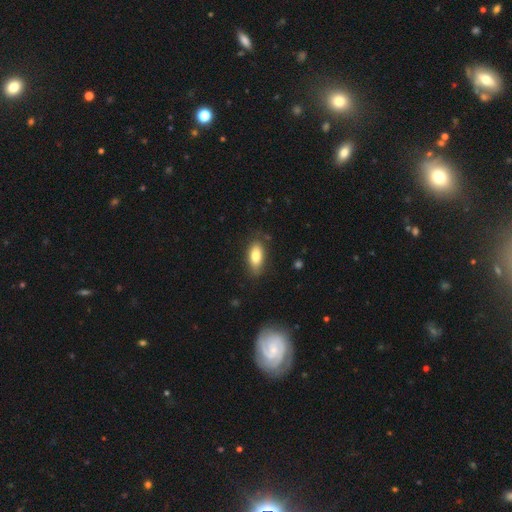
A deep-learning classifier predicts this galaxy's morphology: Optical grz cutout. It shows a smooth galaxy with no disk features (80%) that is in between round and cigar-shaped (87%). Merging: none (81%).